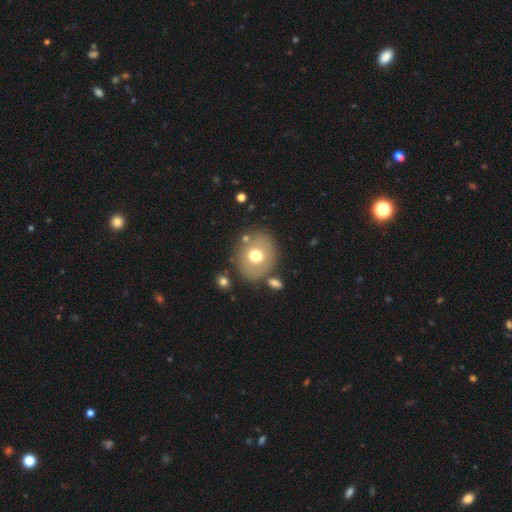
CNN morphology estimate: This appears to be a smooth galaxy with no disk features (65%) that is round (66%). Merging: none (76%).